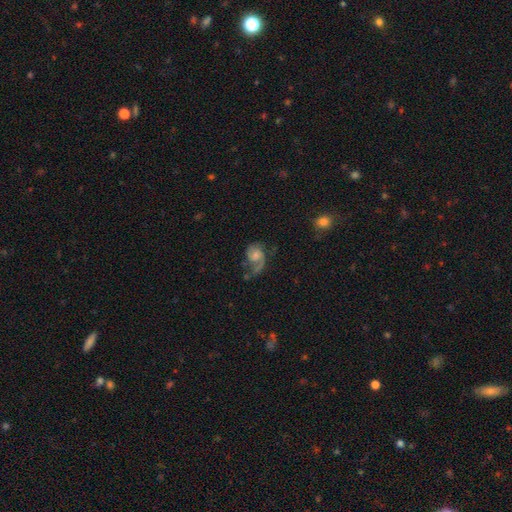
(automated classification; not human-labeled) Morphology: type=featured or disk (74%); edge-on=no (98%); bar=no (64%); spiral arms=yes (93%); winding=medium (45%); arm count=2 (58%); bulge=small (40%); merging=none (41%).